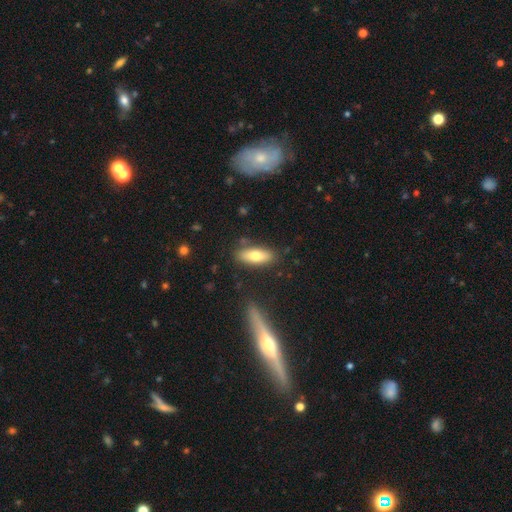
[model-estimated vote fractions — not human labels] smooth_or_featured: smooth (p=0.72) [alt: featured or disk p=0.21]
how_rounded: in between (p=0.73) [alt: cigar-shaped p=0.25]
merging: none (p=0.81) [alt: minor disturbance p=0.12]